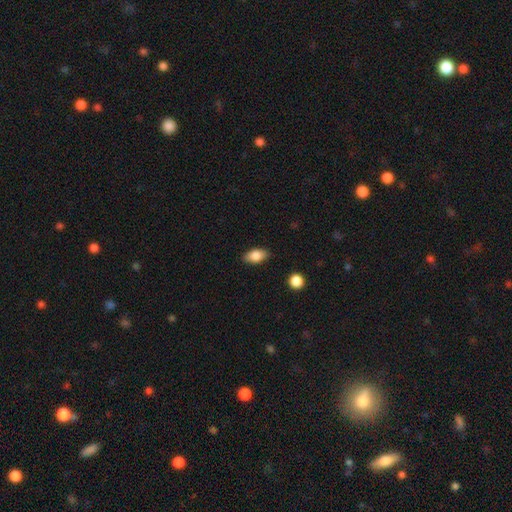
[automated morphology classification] Smooth or featured?
  - smooth: 82% *
  - featured or disk: 10%
  - star or artifact: 8%
How rounded?
  - in between: 90% *
  - round: 6%
  - cigar-shaped: 4%
Merging?
  - none: 86% *
  - minor disturbance: 10%
  - major disturbance: 2%
  - merger: 1%